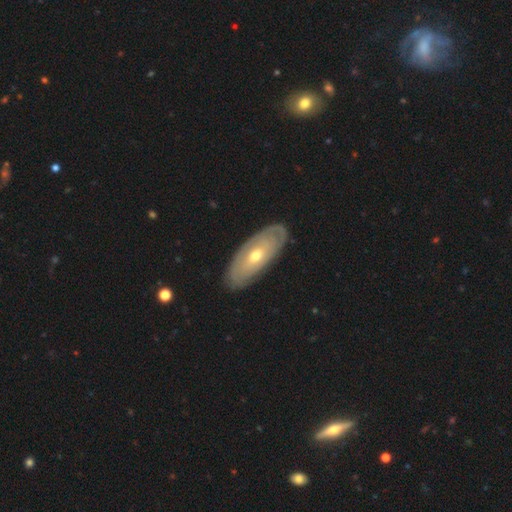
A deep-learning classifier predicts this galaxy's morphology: Smooth or featured? Predicted: featured or disk (p=0.63). Edge-on disk? Predicted: no (p=0.82). Bar? Predicted: no (p=0.84). Spiral arms? Predicted: no (p=0.56). Bulge size? Predicted: moderate (p=0.57). Merging? Predicted: none (p=0.86).